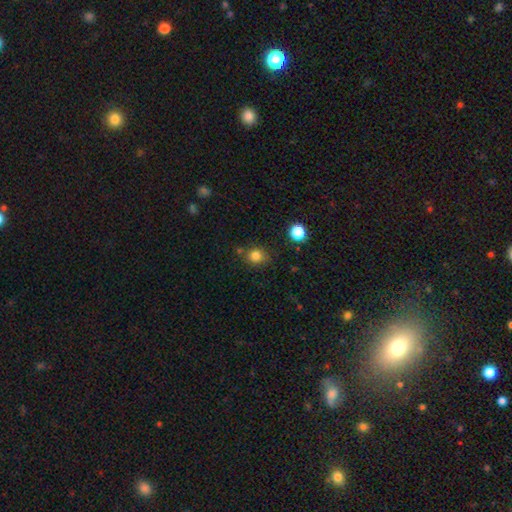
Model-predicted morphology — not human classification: Q: Smooth or featured?
A: smooth (81%); runner-up: star or artifact (13%)
Q: How rounded?
A: round (77%); runner-up: in between (22%)
Q: Merging?
A: none (77%); runner-up: minor disturbance (14%)